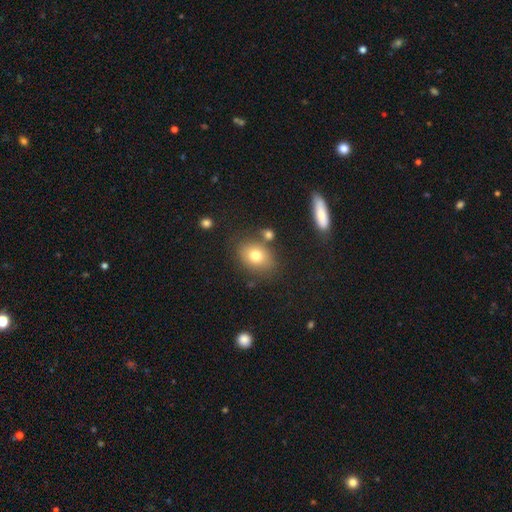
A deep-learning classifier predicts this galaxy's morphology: Smooth or featured: smooth — 76% (featured or disk — 14%)
How rounded: in between — 66% (round — 32%)
Merging: none — 73% (minor disturbance — 13%)